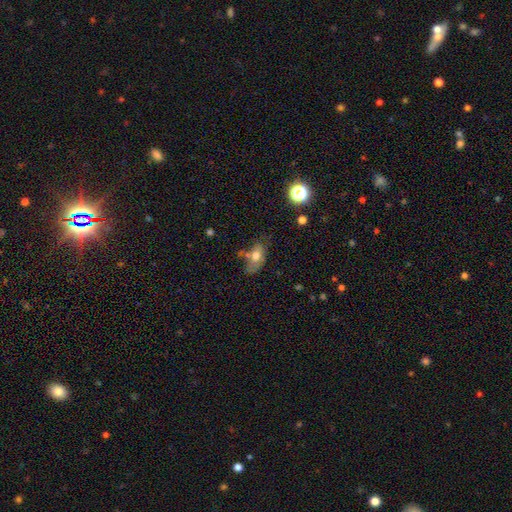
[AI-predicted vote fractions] This appears to be a smooth galaxy with no disk features (66%) that is in between round and cigar-shaped (83%). Merging: none (41%).